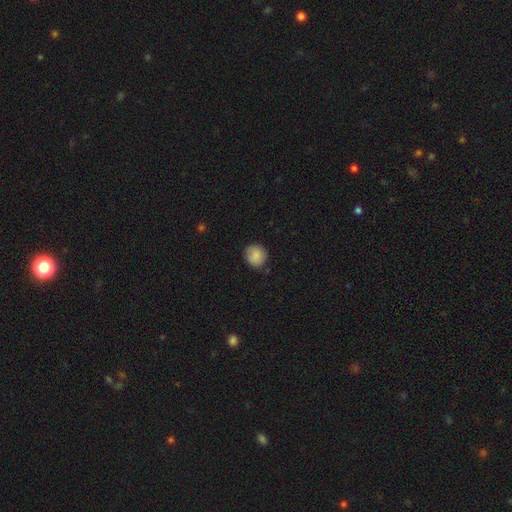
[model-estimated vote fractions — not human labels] smooth 86%, star or artifact 8%, featured or disk 6%. Down the decision tree: how rounded — round (86%); merging — none (82%).